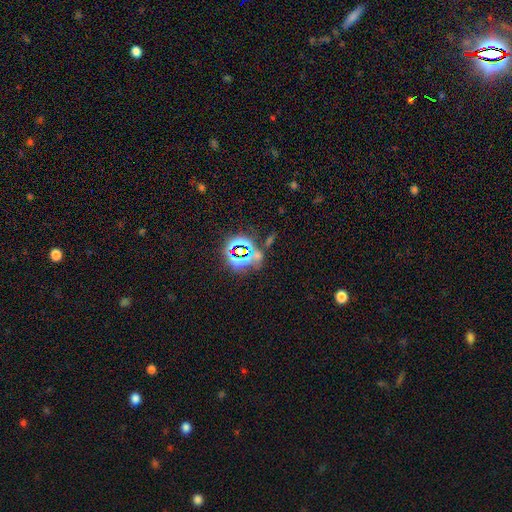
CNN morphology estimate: This is likely a star or artifact rather than a galaxy (67%).